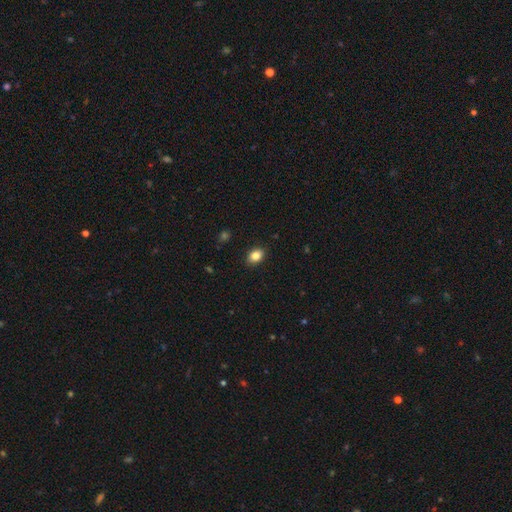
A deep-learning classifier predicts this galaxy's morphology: Smooth or featured? smooth (85%)
How rounded? in between (75%)
Merging? none (88%)